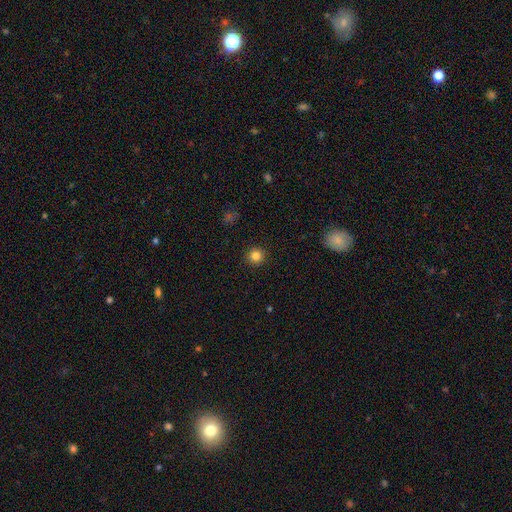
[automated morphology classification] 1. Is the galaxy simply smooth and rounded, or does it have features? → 84% smooth, 12% star or artifact, 4% featured or disk.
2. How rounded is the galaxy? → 94% round, 5% in between, 1% cigar-shaped.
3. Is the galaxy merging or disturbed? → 92% none, 5% minor disturbance, 2% major disturbance, 1% merger.